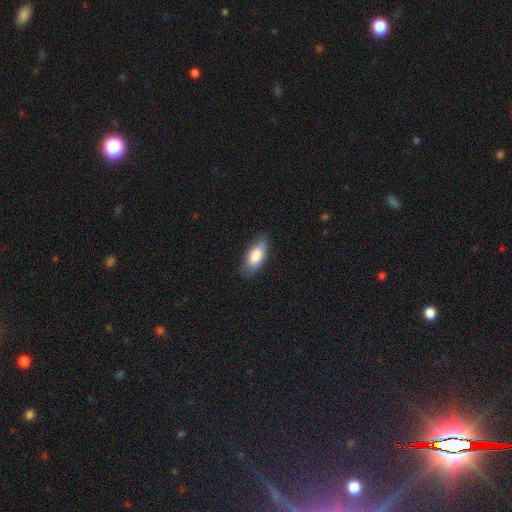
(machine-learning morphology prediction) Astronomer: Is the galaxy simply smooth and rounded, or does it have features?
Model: smooth — 81%.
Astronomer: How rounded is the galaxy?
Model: in between — 84%.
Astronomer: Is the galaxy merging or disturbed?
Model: none — 72%.